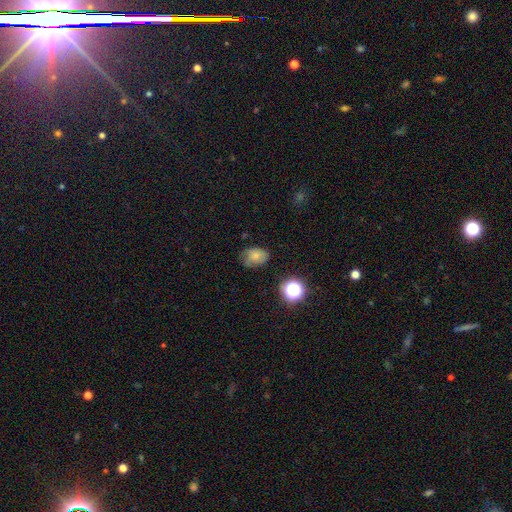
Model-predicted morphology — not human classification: Overall: smooth (72%). How rounded: in between (71%). Merging: none (57%; minor disturbance 31%).